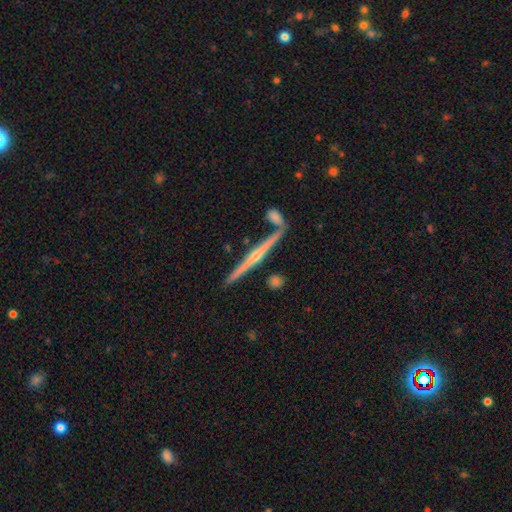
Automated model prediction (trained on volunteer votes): featured or disk 80%, smooth 13%, star or artifact 7%. Down the decision tree: edge-on disk — yes (97%); edge-on bulge — rounded (78%); merging — none (79%).